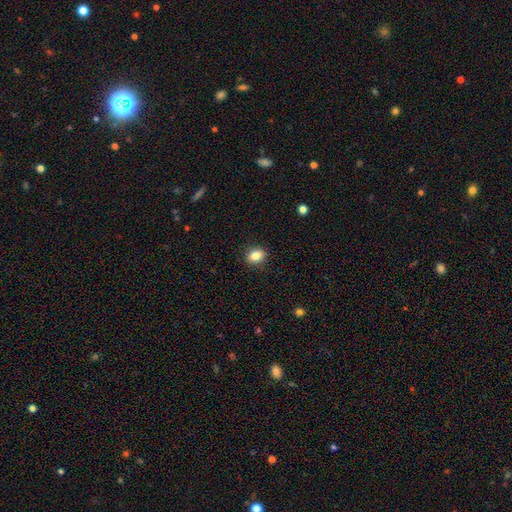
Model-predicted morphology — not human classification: A smooth galaxy with no disk features (84%) that is in between round and cigar-shaped (50%).

Vote fractions:
- Smooth or featured? smooth: 84% / star or artifact: 10% / featured or disk: 7%
- How rounded? in between: 50% / round: 49% / cigar-shaped: 1%
- Merging? none: 90% / minor disturbance: 7% / major disturbance: 2% / merger: 1%